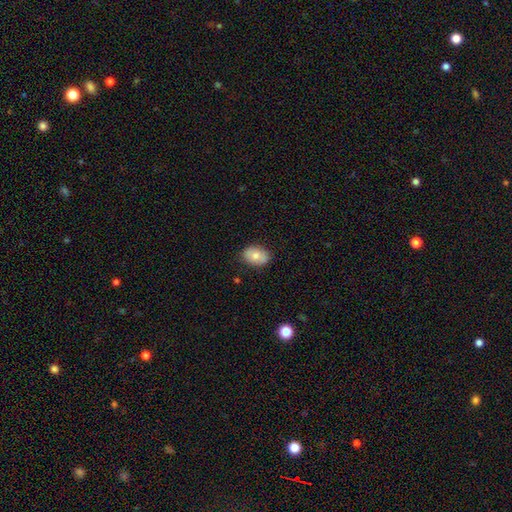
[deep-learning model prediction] A smooth galaxy with no disk features (77%) that is in between round and cigar-shaped (78%).

Vote fractions:
- Smooth or featured? smooth: 77% / featured or disk: 16% / star or artifact: 8%
- How rounded? in between: 78% / round: 21% / cigar-shaped: 1%
- Merging? none: 83% / minor disturbance: 13% / major disturbance: 2% / merger: 1%